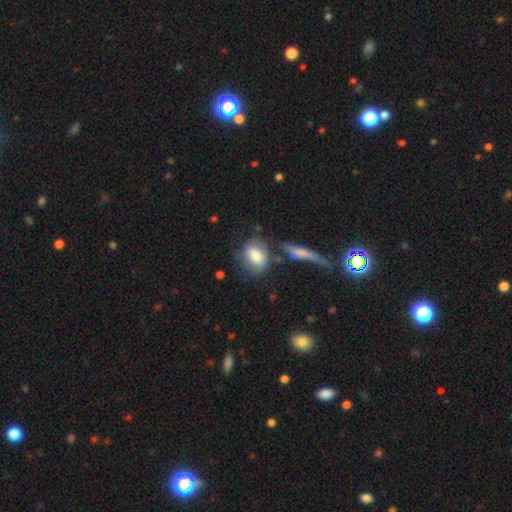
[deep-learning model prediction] A smooth galaxy with no disk features (75%) that is in between round and cigar-shaped (70%).

Vote fractions:
- Smooth or featured? smooth: 75% / featured or disk: 19% / star or artifact: 7%
- How rounded? in between: 70% / round: 27% / cigar-shaped: 3%
- Merging? none: 54% / minor disturbance: 21% / merger: 15% / major disturbance: 10%